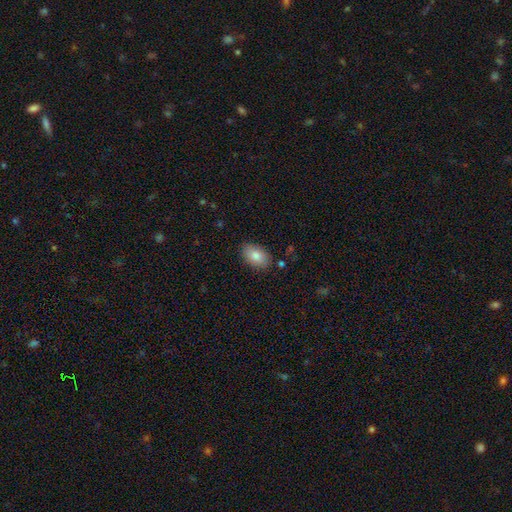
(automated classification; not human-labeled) This appears to be a smooth galaxy with no disk features (84%) that is in between round and cigar-shaped (91%). Merging: none (85%).